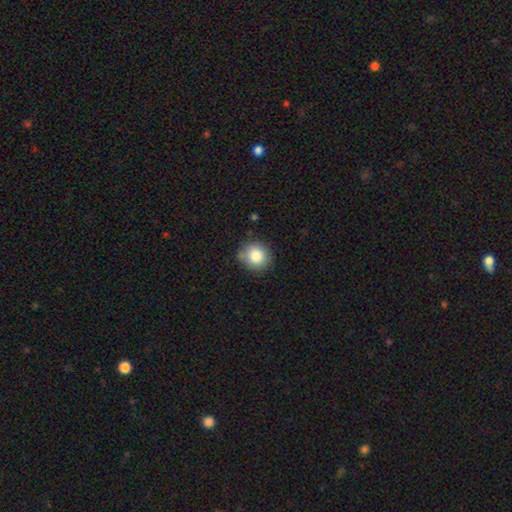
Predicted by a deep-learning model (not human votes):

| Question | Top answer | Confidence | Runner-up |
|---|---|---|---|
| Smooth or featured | smooth | 84% | star or artifact (8%) |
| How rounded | round | 84% | in between (15%) |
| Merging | none | 79% | minor disturbance (16%) |